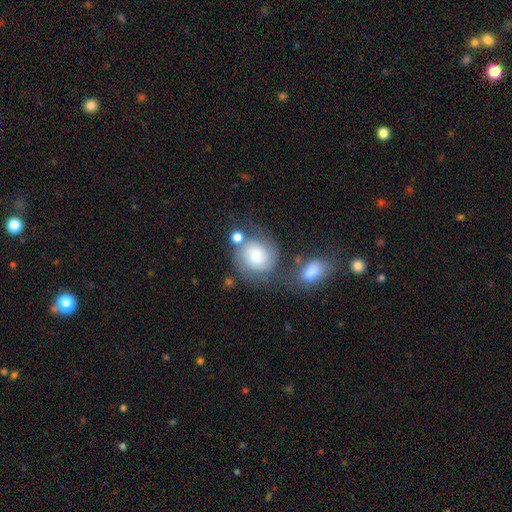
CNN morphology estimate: smooth-or-featured: featured or disk: 54% | smooth: 36% | star or artifact: 10%
  disk-edge-on: no: 97% | yes: 3%
    bar: no: 72% | weak: 24% | strong: 4%
    has-spiral-arms: yes: 86% | no: 14%
    bulge-size: moderate: 41% | small: 26% | large: 22% | none: 7% | dominant: 4%
  merging: none: 51% | merger: 20% | minor disturbance: 18% | major disturbance: 10%